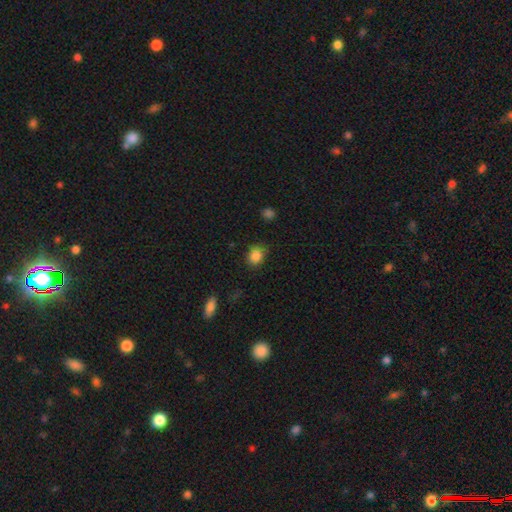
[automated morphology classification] smooth_or_featured: smooth (p=0.85) [alt: star or artifact p=0.10]
how_rounded: round (p=0.51) [alt: in between p=0.48]
merging: none (p=0.75) [alt: minor disturbance p=0.20]